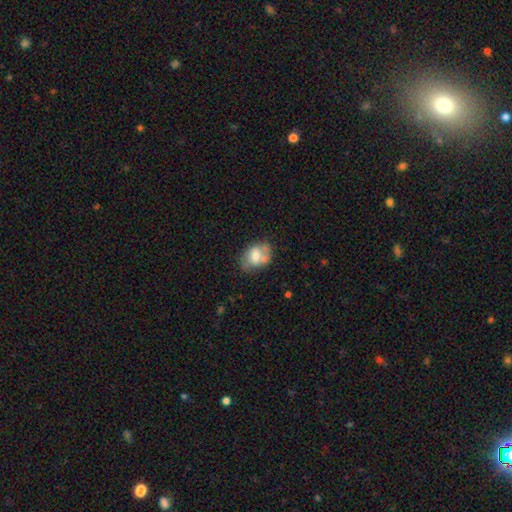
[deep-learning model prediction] Smooth or featured: smooth — 58% (featured or disk — 34%)
How rounded: in between — 75% (round — 24%)
Merging: none — 45% (minor disturbance — 27%)